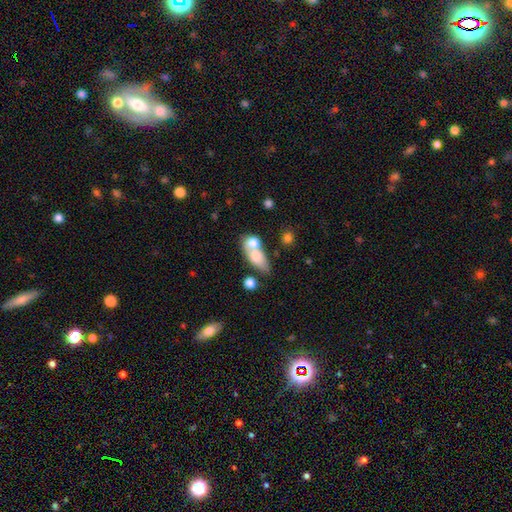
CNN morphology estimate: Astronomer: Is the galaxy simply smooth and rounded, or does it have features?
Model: smooth — 73%.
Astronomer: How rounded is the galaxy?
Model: in between — 73%.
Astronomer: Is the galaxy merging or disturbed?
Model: merger — 45% (runner-up: none, 33%).